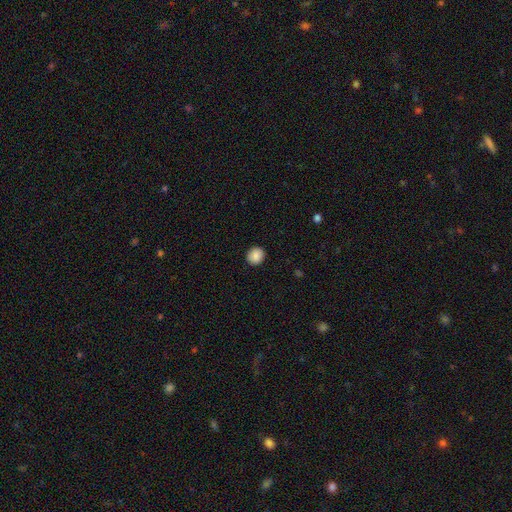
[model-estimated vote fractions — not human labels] Smooth or featured?
  - smooth: 88% *
  - star or artifact: 8%
  - featured or disk: 4%
How rounded?
  - round: 88% *
  - in between: 11%
  - cigar-shaped: 1%
Merging?
  - none: 91% *
  - minor disturbance: 6%
  - major disturbance: 2%
  - merger: 1%